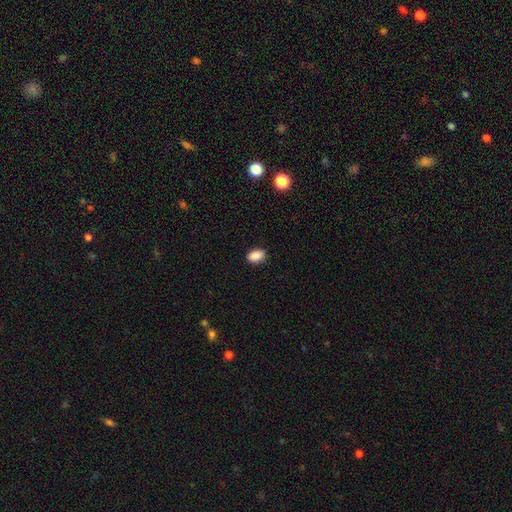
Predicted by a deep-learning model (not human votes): Smooth or featured? smooth (89%)
How rounded? in between (88%)
Merging? none (88%)